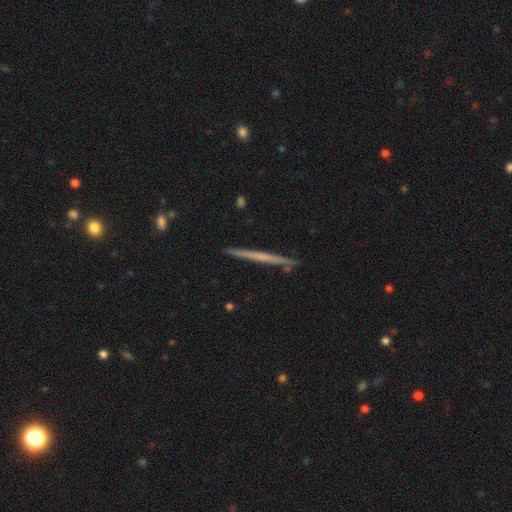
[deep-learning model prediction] Smooth or featured?
  - featured or disk: 58% *
  - smooth: 37%
  - star or artifact: 5%
Edge-on disk?
  - yes: 98% *
  - no: 2%
Edge-on bulge?
  - none: 85% *
  - rounded: 11%
  - boxy: 4%
Merging?
  - none: 91% *
  - minor disturbance: 7%
  - merger: 1%
  - major disturbance: 1%